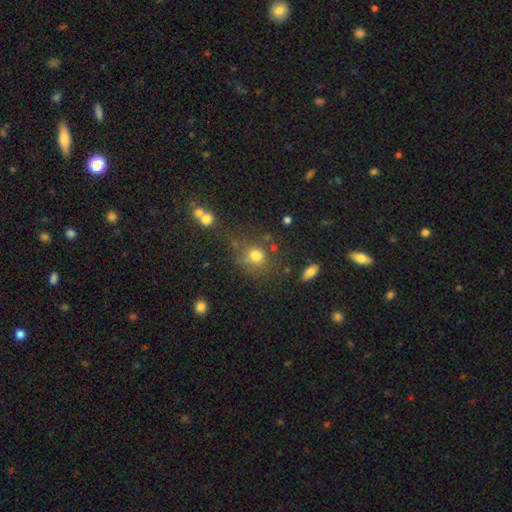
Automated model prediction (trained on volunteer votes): Q: Smooth or featured?
A: smooth (75%); runner-up: star or artifact (16%)
Q: How rounded?
A: round (83%); runner-up: in between (16%)
Q: Merging?
A: none (69%); runner-up: minor disturbance (14%)